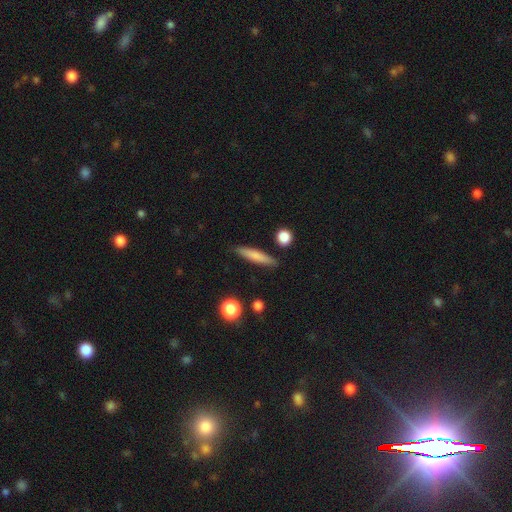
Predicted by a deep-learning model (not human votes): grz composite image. It shows a smooth galaxy with no disk features (72%) that is cigar-shaped (88%). Merging: none (87%).